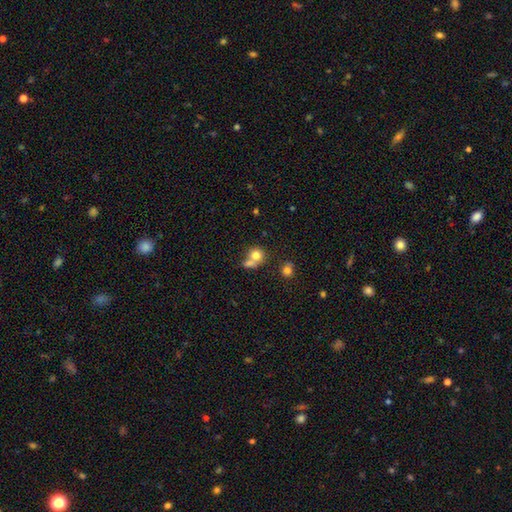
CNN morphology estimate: Smooth or featured? Predicted: smooth (p=0.75). How rounded? Predicted: round (p=0.80). Merging? Predicted: merger (p=0.49).